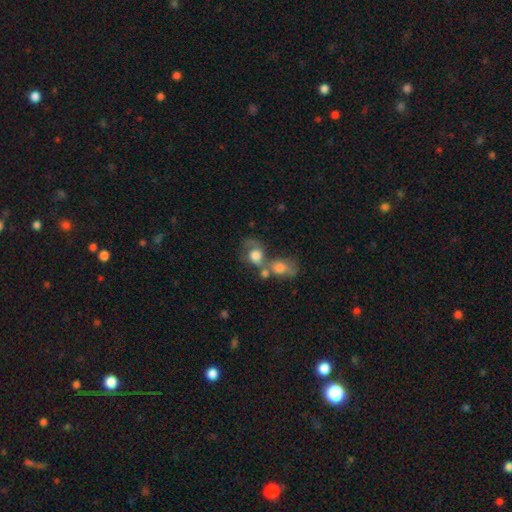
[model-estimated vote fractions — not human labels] Smooth or featured: smooth — 65% (featured or disk — 25%)
How rounded: round — 51% (in between — 47%)
Merging: merger — 55% (none — 21%)